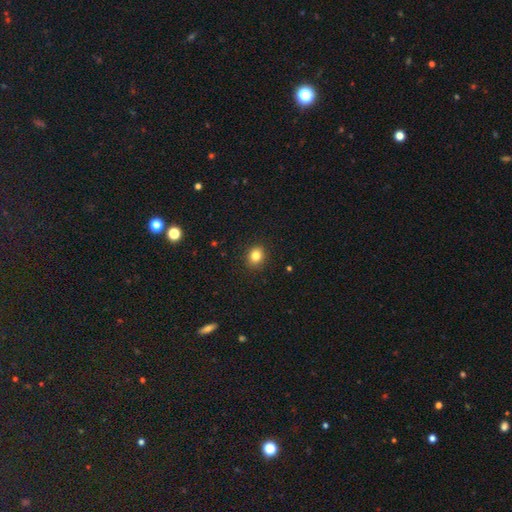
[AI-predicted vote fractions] A smooth galaxy with no disk features (82%) that is round (70%).

Vote fractions:
- Smooth or featured? smooth: 82% / star or artifact: 11% / featured or disk: 6%
- How rounded? round: 70% / in between: 29% / cigar-shaped: 1%
- Merging? none: 91% / minor disturbance: 6% / major disturbance: 2% / merger: 1%